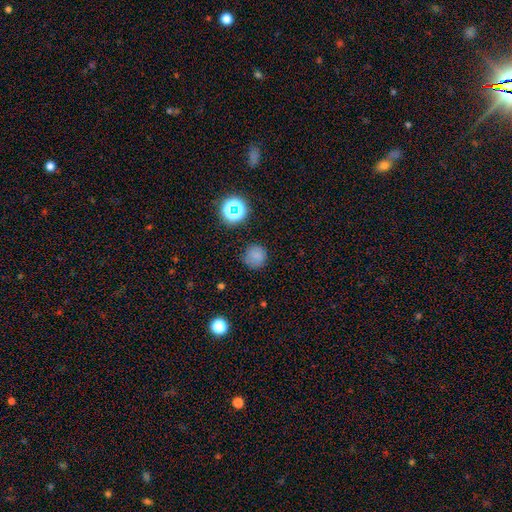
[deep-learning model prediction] The model was most divided on "smooth or featured": smooth: 74%, star or artifact: 19%, featured or disk: 7%. More confident: how rounded — round (92%); merging — none (79%).